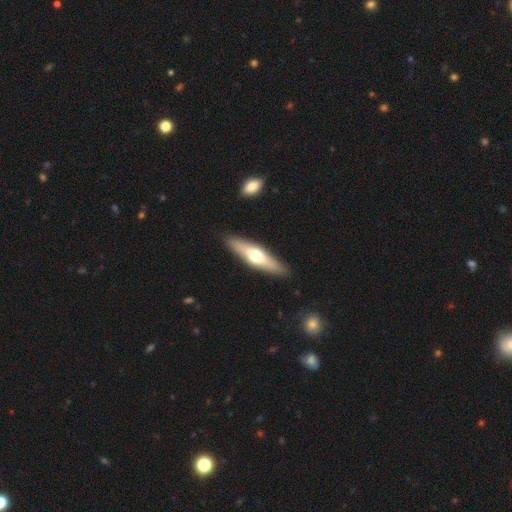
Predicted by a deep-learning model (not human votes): smooth_or_featured: smooth (p=0.48) [alt: featured or disk p=0.47]
merging: none (p=0.89) [alt: minor disturbance p=0.08]